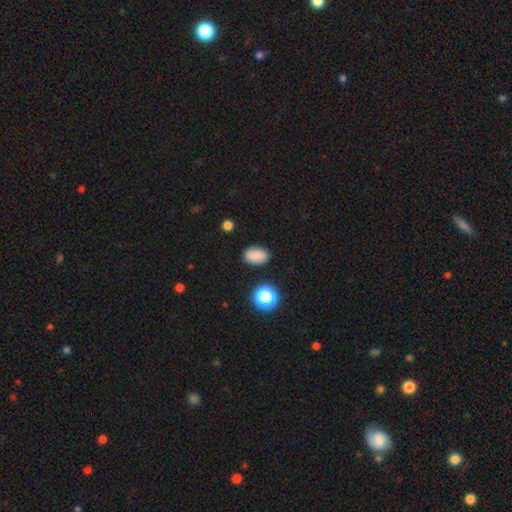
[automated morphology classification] Smooth or featured?
  - smooth: 83% *
  - star or artifact: 11%
  - featured or disk: 6%
How rounded?
  - in between: 85% *
  - round: 14%
  - cigar-shaped: 1%
Merging?
  - none: 85% *
  - minor disturbance: 10%
  - major disturbance: 3%
  - merger: 2%